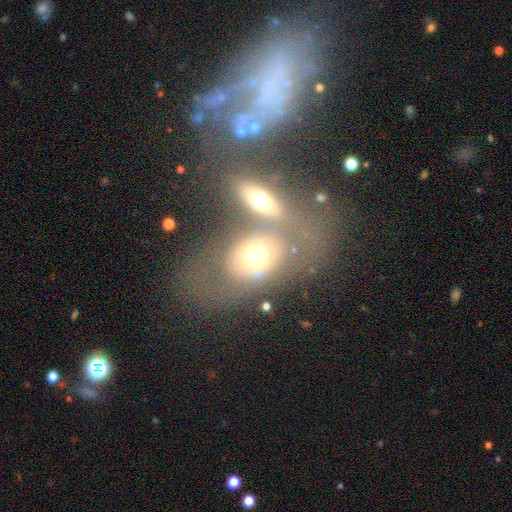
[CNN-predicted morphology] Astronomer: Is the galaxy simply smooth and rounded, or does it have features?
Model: smooth — 51% (runner-up: featured or disk, 40%).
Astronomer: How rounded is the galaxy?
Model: in between — 76%.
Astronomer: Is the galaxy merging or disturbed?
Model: merger — 45% (runner-up: none, 32%).